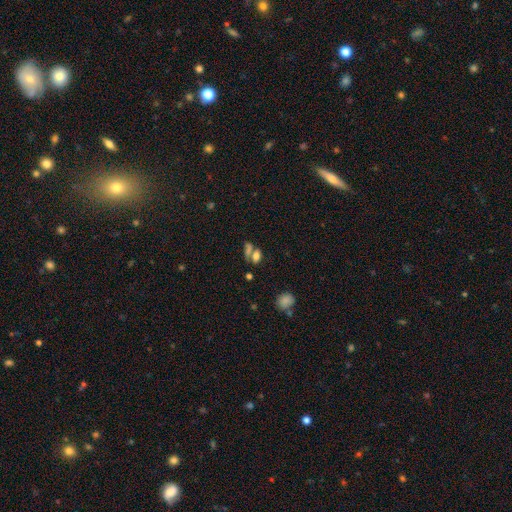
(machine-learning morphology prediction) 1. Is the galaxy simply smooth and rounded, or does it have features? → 68% smooth, 17% featured or disk, 16% star or artifact.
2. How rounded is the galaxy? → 73% in between, 15% round, 11% cigar-shaped.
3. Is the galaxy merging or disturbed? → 43% merger, 39% none, 11% minor disturbance, 8% major disturbance.